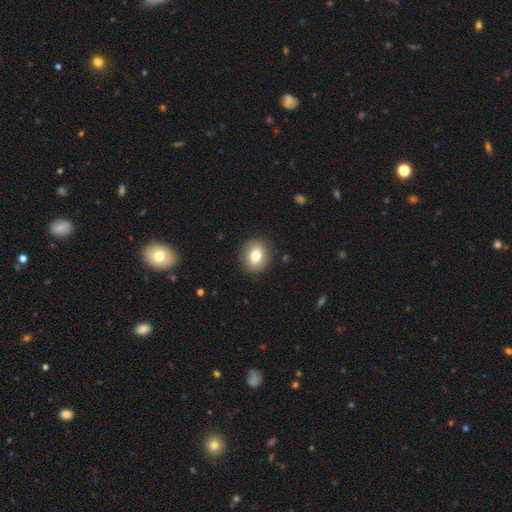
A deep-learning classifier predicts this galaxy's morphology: A smooth galaxy with no disk features (77%) that is round (64%). Merging: none (88%).